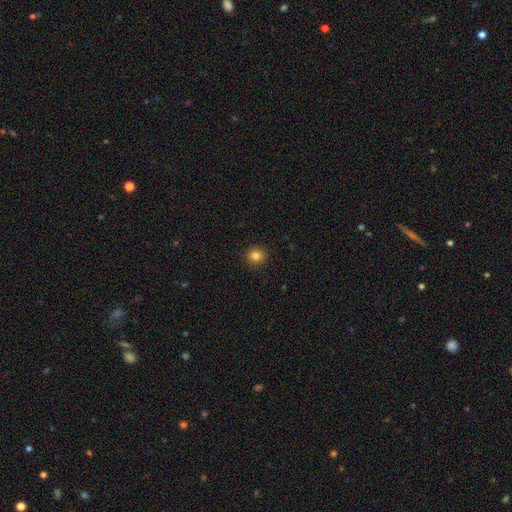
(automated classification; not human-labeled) Smooth or featured? Predicted: smooth (p=0.82). How rounded? Predicted: round (p=0.93). Merging? Predicted: none (p=0.92).